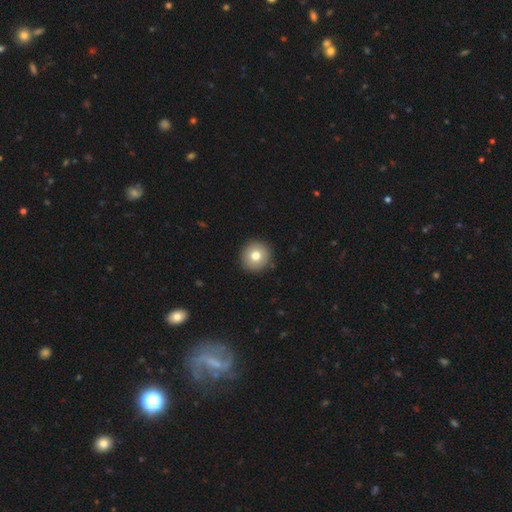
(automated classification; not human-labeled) Smooth or featured? Predicted: smooth (p=0.76). How rounded? Predicted: round (p=0.95). Merging? Predicted: none (p=0.92).